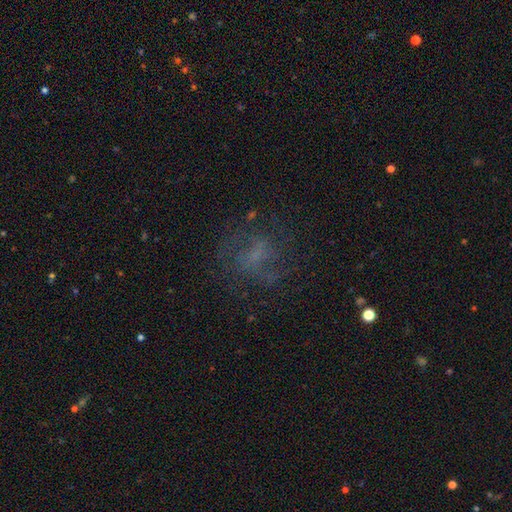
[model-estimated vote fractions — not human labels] Smooth or featured: featured or disk — 47% (smooth — 30%)
Merging: none — 63% (major disturbance — 19%)